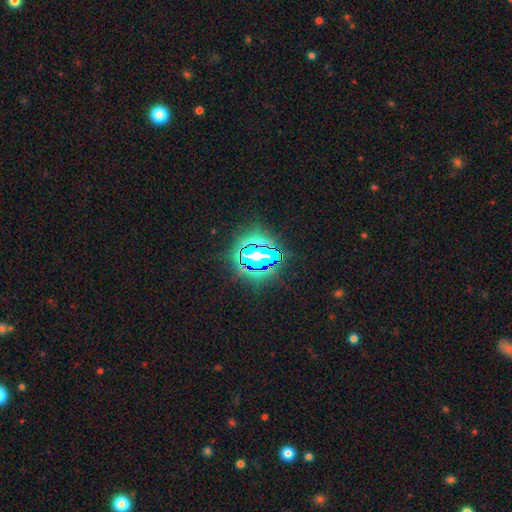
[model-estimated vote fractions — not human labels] Smooth or featured? star or artifact (73%)